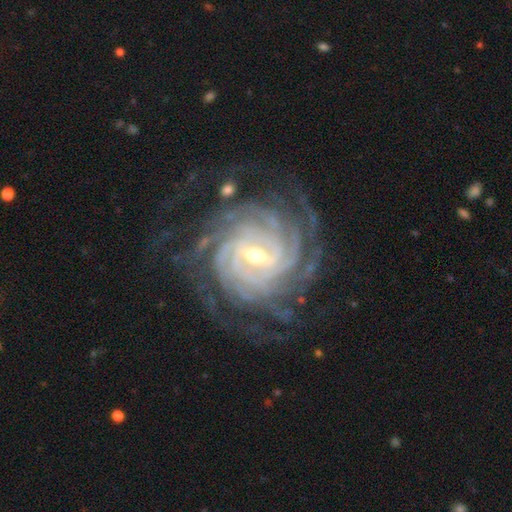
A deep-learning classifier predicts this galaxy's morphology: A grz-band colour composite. It shows a featured or disk galaxy (93%) with a weak bar (47%), more than 4 (34%) tight (82%) spiral arms (99%) and a moderate central bulge (53%). Merging: none (77%).